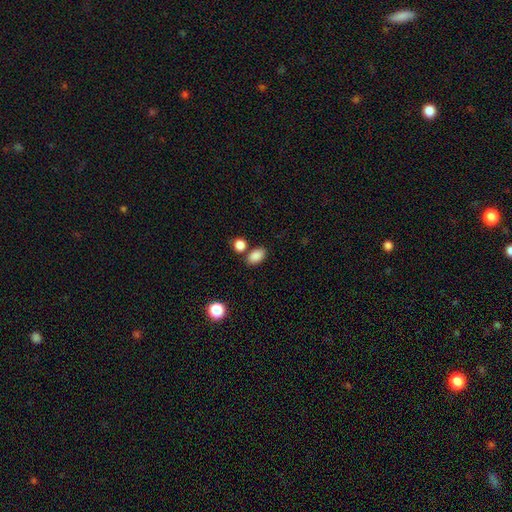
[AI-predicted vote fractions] Q: Smooth or featured?
A: smooth (87%); runner-up: star or artifact (9%)
Q: How rounded?
A: in between (86%); runner-up: round (12%)
Q: Merging?
A: none (73%); runner-up: merger (13%)